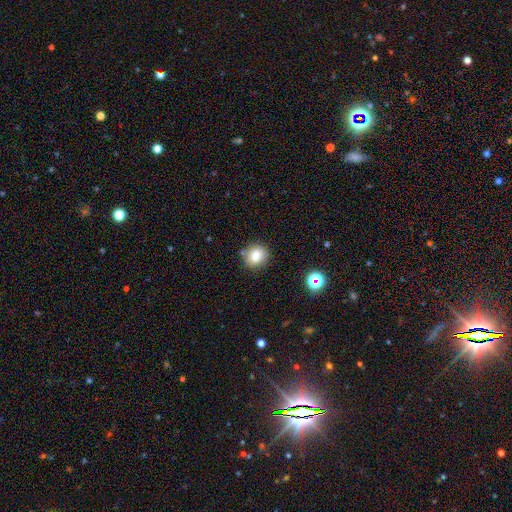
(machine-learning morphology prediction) The model was most divided on "how rounded": round: 75%, in between: 25%, cigar-shaped: 1%. More confident: merging — none (81%); smooth or featured — smooth (80%).